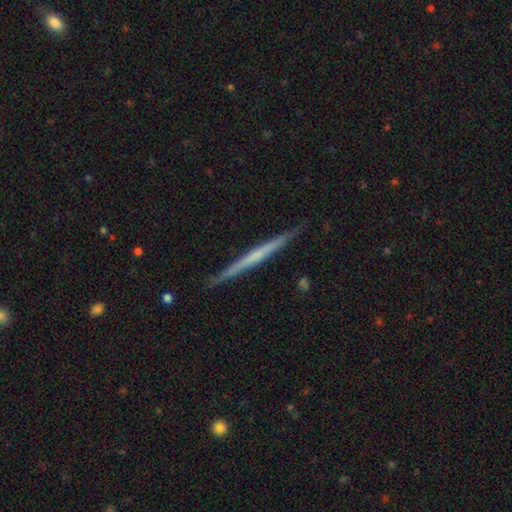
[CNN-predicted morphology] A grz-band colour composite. It shows a featured or disk galaxy (60%) viewed edge-on (98%) with no central bulge (82%). Merging: none (91%).